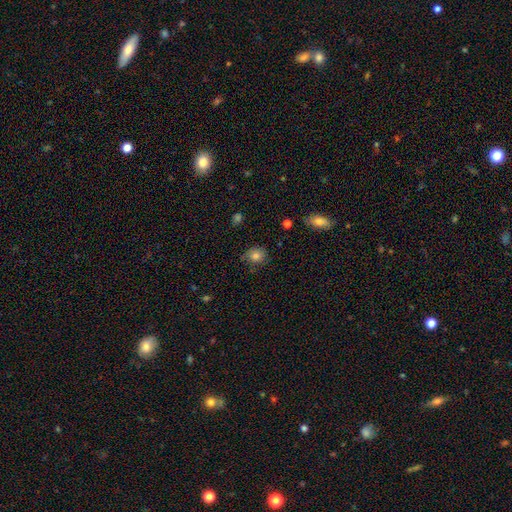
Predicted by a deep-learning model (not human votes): A smooth galaxy with no disk features (81%) that is round (69%). Merging: none (71%).